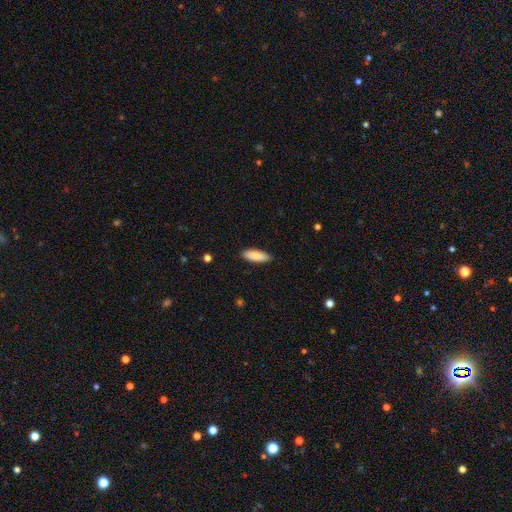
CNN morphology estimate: smooth 84%, featured or disk 10%, star or artifact 6%. Down the decision tree: how rounded — in between (66%); merging — none (89%).